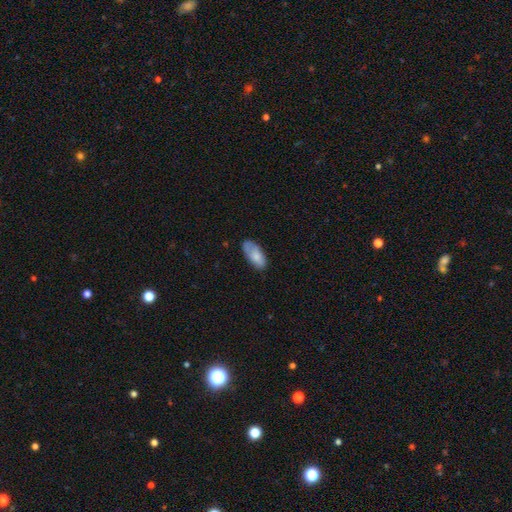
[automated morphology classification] This is likely a smooth galaxy (77%). How rounded: clearly in between (89%). Merging: likely none (66%).